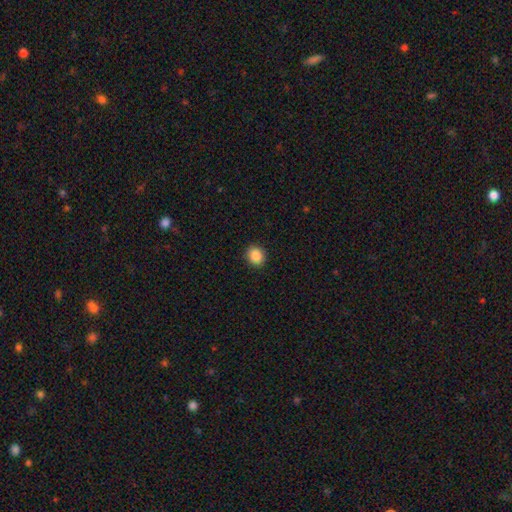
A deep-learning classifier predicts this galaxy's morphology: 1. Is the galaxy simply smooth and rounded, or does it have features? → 88% smooth, 9% star or artifact, 3% featured or disk.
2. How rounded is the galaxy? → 73% round, 27% in between, 1% cigar-shaped.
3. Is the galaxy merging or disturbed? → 91% none, 6% minor disturbance, 2% major disturbance, 1% merger.